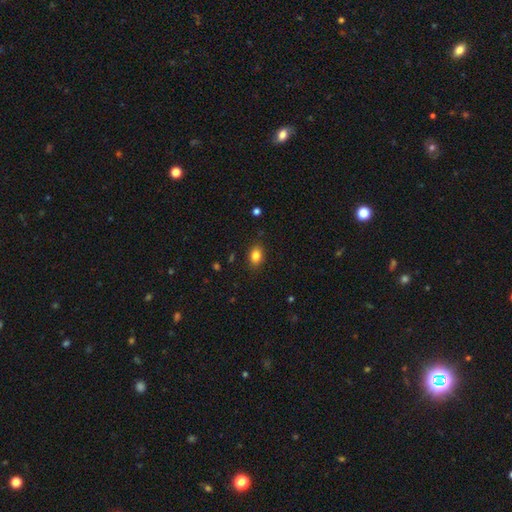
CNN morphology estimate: This is clearly a smooth galaxy (84%). How rounded: likely in between (74%). Merging: clearly none (86%).